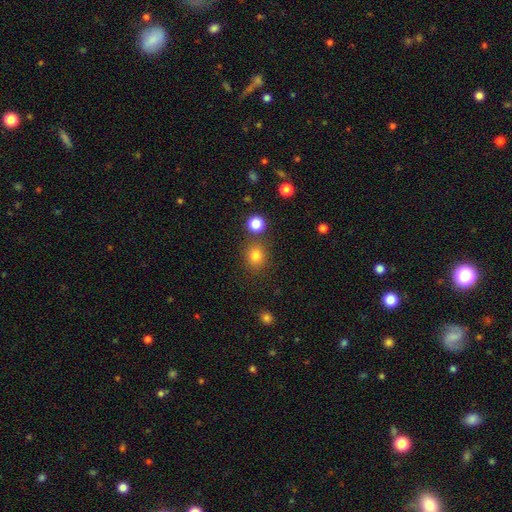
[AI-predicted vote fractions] Morphology: type=smooth (81%); roundness=round (81%); merging=none (79%).